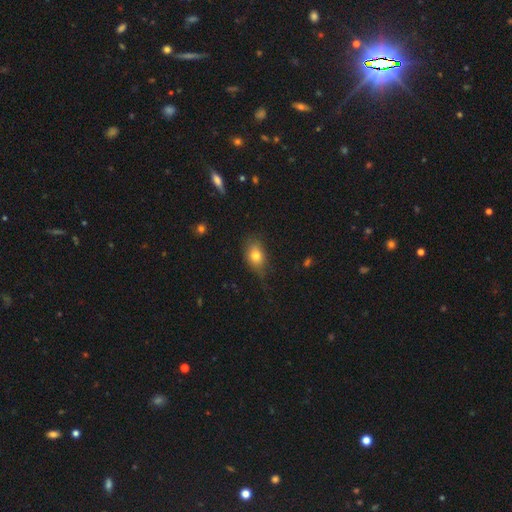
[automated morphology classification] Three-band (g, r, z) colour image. It shows a smooth galaxy with no disk features (77%) that is in between round and cigar-shaped (69%). Merging: none (61%).